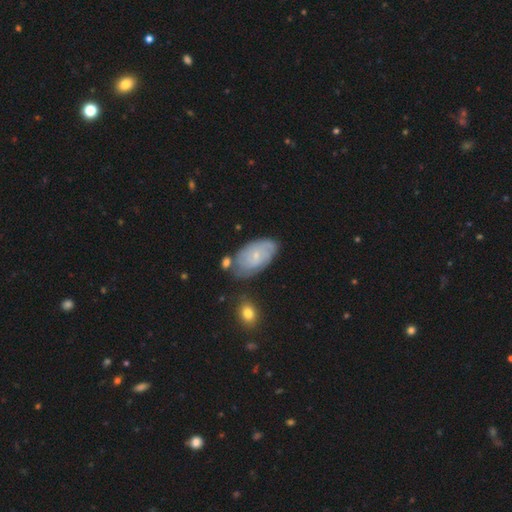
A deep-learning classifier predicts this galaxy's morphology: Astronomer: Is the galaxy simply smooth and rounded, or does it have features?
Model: featured or disk — 57% (runner-up: smooth, 36%).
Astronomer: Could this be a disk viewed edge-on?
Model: no — 94%.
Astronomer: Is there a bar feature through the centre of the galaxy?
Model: no — 68%.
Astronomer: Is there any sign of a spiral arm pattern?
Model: yes — 80%.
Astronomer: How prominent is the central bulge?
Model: small — 77%.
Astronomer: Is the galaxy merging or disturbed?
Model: none — 65%.